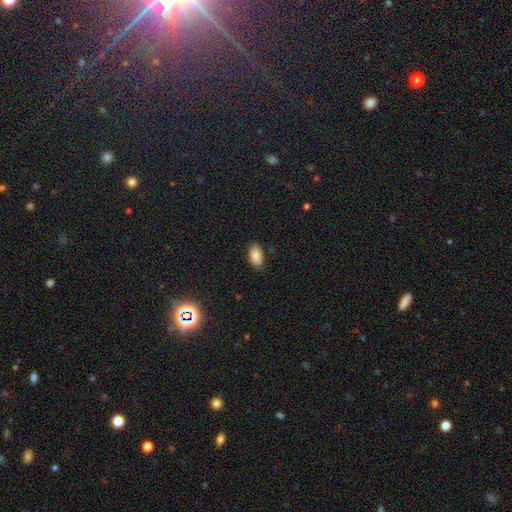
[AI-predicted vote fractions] Overall: smooth (86%). How rounded: in between (94%). Merging: none (85%).